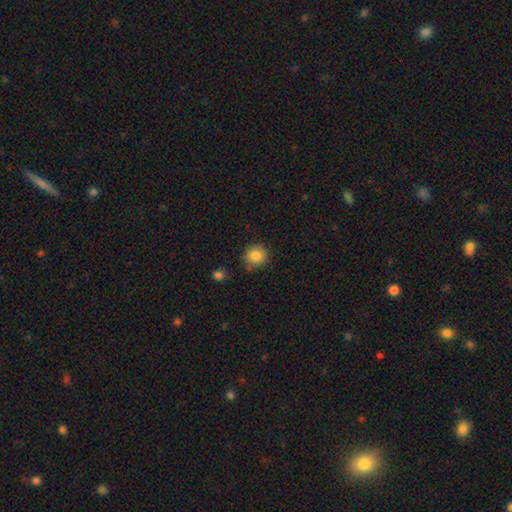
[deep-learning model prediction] A smooth galaxy with no disk features (85%) that is round (88%).

Vote fractions:
- Smooth or featured? smooth: 85% / star or artifact: 10% / featured or disk: 5%
- How rounded? round: 88% / in between: 11% / cigar-shaped: 1%
- Merging? none: 84% / minor disturbance: 11% / merger: 3% / major disturbance: 3%